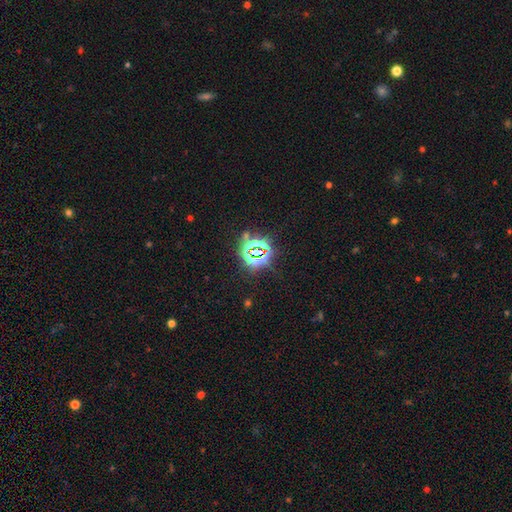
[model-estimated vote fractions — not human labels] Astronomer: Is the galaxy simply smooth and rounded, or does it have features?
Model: star or artifact — 79%.